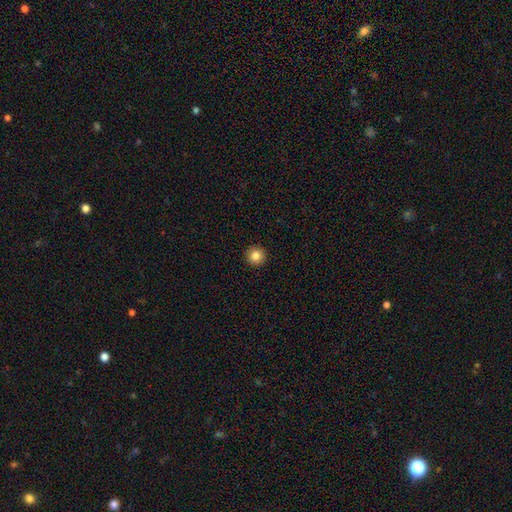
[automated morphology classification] The model was most divided on "smooth or featured": smooth: 84%, star or artifact: 10%, featured or disk: 6%. More confident: how rounded — round (95%); merging — none (93%).